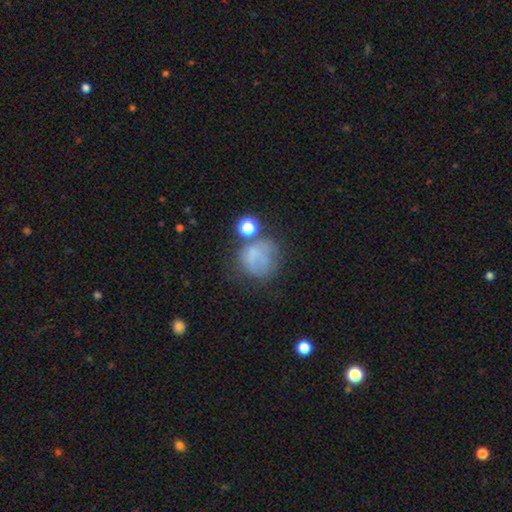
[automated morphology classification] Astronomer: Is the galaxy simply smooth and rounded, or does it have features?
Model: smooth — 61%.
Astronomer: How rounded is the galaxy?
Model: round — 78%.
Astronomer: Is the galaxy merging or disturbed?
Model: none — 42% (runner-up: major disturbance, 23%).